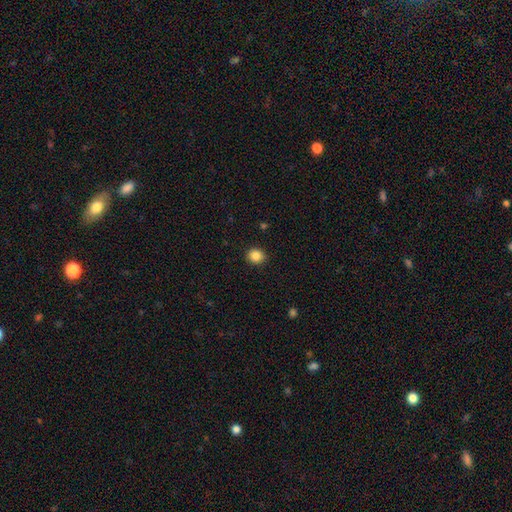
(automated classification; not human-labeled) Smooth or featured?
  - smooth: 85% *
  - star or artifact: 10%
  - featured or disk: 5%
How rounded?
  - round: 84% *
  - in between: 15%
  - cigar-shaped: 1%
Merging?
  - none: 90% *
  - minor disturbance: 7%
  - major disturbance: 2%
  - merger: 1%